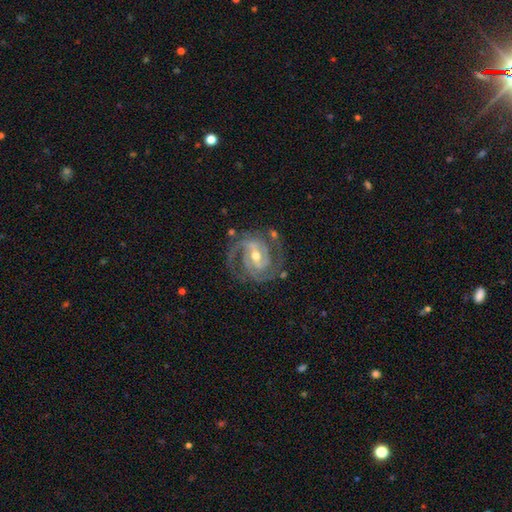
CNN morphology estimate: The model was most divided on "bar": strong: 43%, weak: 42%, no: 15%. More confident: spiral arms — yes (98%); edge-on disk — no (98%); smooth or featured — featured or disk (92%); merging — none (76%); spiral arm count — 2 (68%); bulge size — moderate (61%); spiral winding — tight (58%).